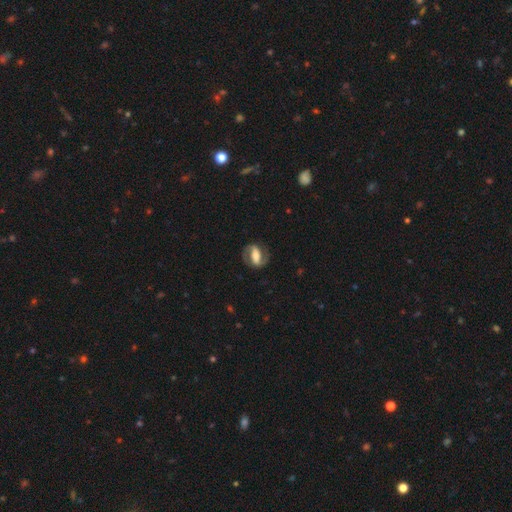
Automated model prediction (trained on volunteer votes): Smooth or featured? Predicted: featured or disk (p=0.75). Edge-on disk? Predicted: no (p=0.95). Bar? Predicted: strong (p=0.58). Spiral arms? Predicted: yes (p=0.86). Spiral winding? Predicted: medium (p=0.50). Spiral arm count? Predicted: 2 (p=0.90). Bulge size? Predicted: moderate (p=0.44). Merging? Predicted: none (p=0.77).